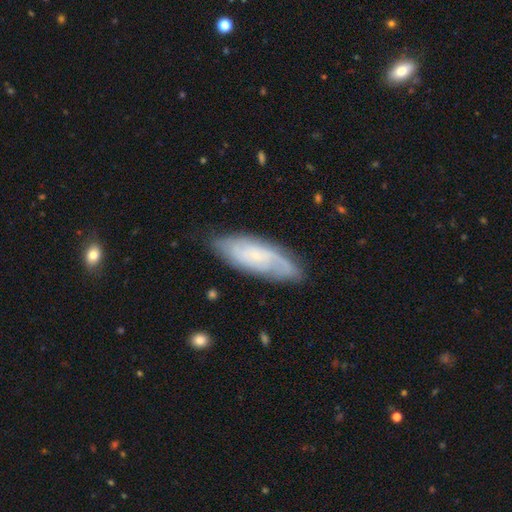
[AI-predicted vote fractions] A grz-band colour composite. It shows a featured or disk galaxy (64%) with no bar (66%), tight (46%) spiral arms (91%) and a small central bulge (74%). Merging: none (74%).